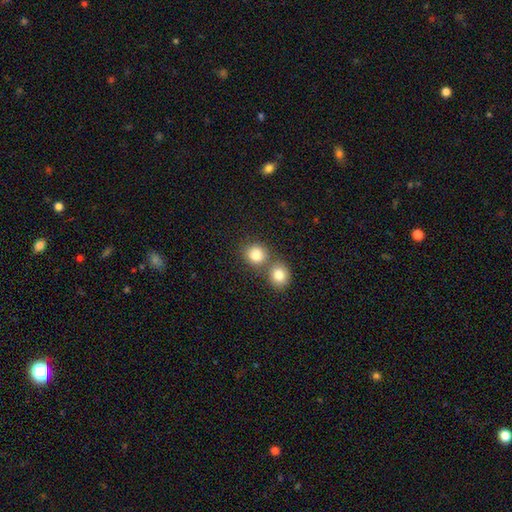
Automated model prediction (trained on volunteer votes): Overall: smooth (81%). How rounded: round (84%). Merging: none (55%; merger 35%).